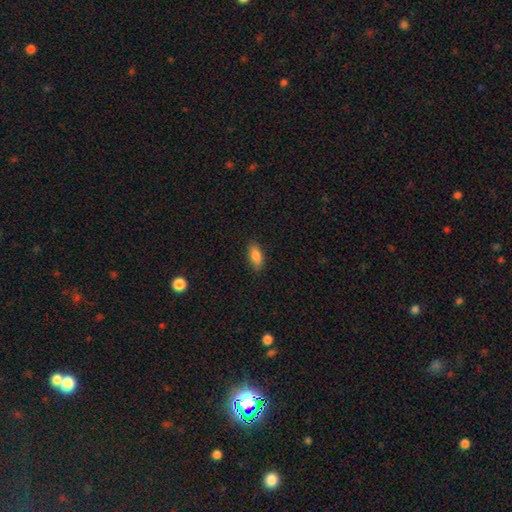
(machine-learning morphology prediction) Smooth or featured: smooth — 85% (star or artifact — 7%)
How rounded: in between — 82% (cigar-shaped — 16%)
Merging: none — 84% (minor disturbance — 12%)